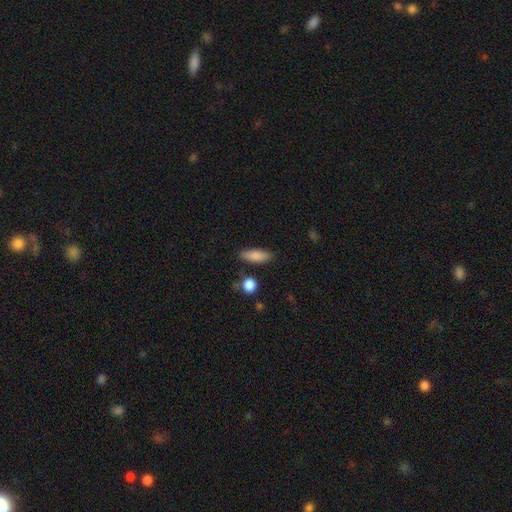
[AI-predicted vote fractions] smooth_or_featured: smooth (p=0.85) [alt: featured or disk p=0.09]
how_rounded: in between (p=0.64) [alt: cigar-shaped p=0.32]
merging: none (p=0.81) [alt: minor disturbance p=0.12]